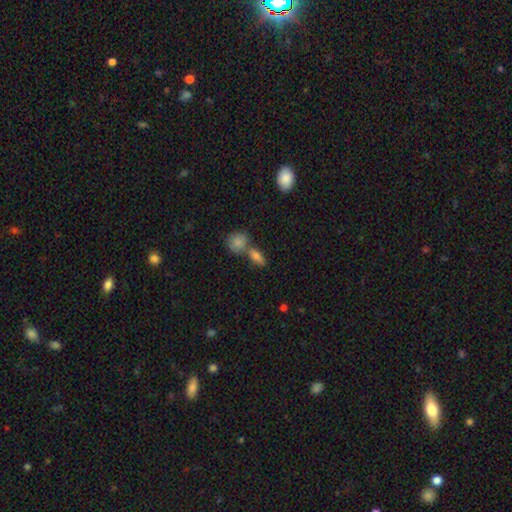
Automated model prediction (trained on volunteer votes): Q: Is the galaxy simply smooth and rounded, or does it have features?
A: smooth — 75%.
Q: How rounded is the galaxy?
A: in between — 72%.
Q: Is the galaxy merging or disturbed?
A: none — 50%.